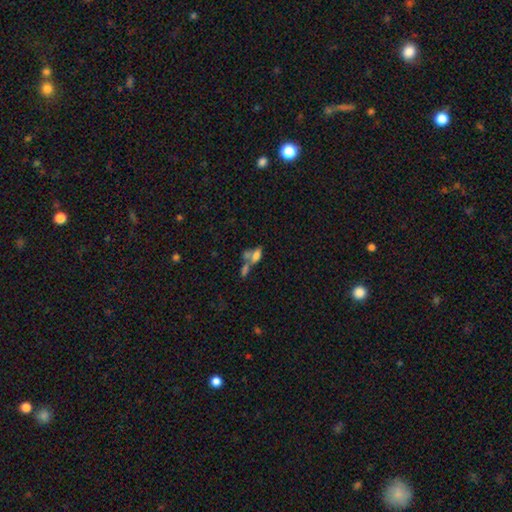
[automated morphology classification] A smooth galaxy with no disk features (59%) that is in between round and cigar-shaped (79%). Merging: merger (55%).